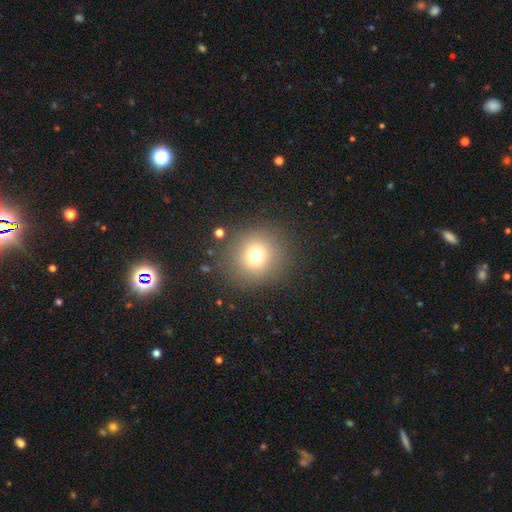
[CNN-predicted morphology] Smooth or featured? smooth (72%)
How rounded? round (93%)
Merging? none (87%)